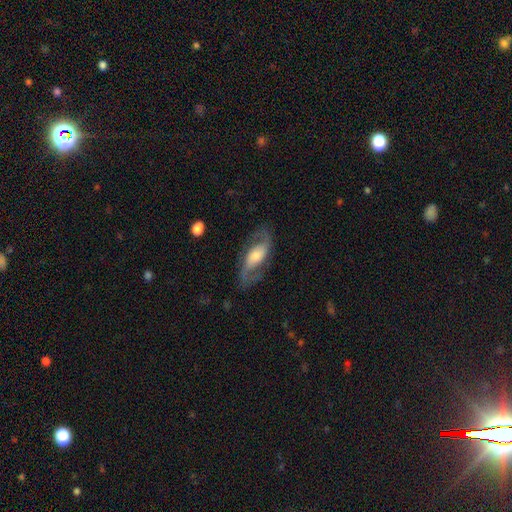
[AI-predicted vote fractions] Smooth or featured? Predicted: featured or disk (p=0.79). Edge-on disk? Predicted: no (p=0.92). Bar? Predicted: no (p=0.46). Spiral arms? Predicted: yes (p=0.93). Spiral winding? Predicted: medium (p=0.45). Spiral arm count? Predicted: 2 (p=0.90). Bulge size? Predicted: moderate (p=0.45). Merging? Predicted: none (p=0.75).